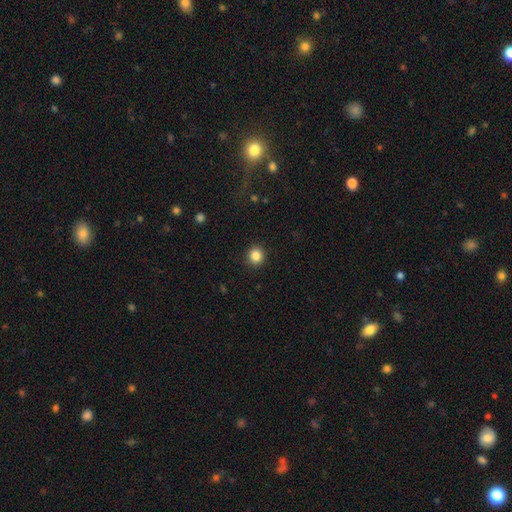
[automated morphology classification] This is clearly a smooth galaxy (85%). How rounded: clearly round (91%). Merging: clearly none (91%).